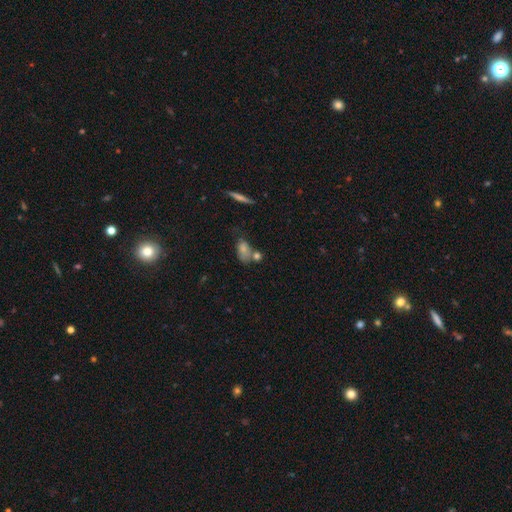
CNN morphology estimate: Overall: smooth (57%; star or artifact 22%). How rounded: in between (66%). Merging: none (46%; merger 30%).